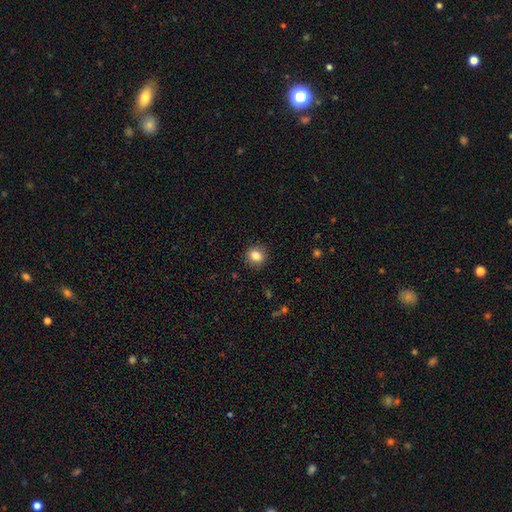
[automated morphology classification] type=smooth (84%); roundness=round (78%); merging=none (89%).